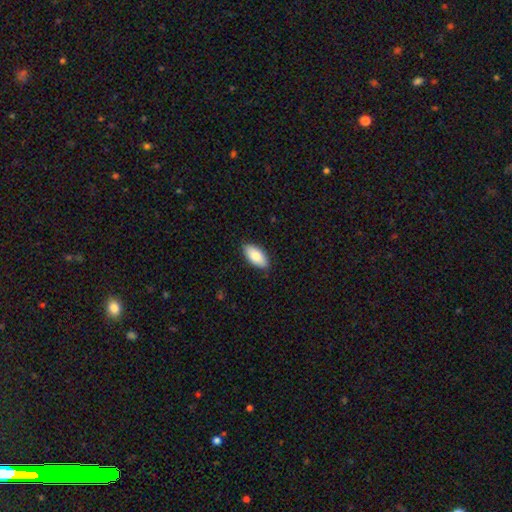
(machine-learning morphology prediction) Q: Smooth or featured?
A: smooth (81%); runner-up: featured or disk (13%)
Q: How rounded?
A: in between (92%); runner-up: cigar-shaped (6%)
Q: Merging?
A: none (86%); runner-up: minor disturbance (11%)